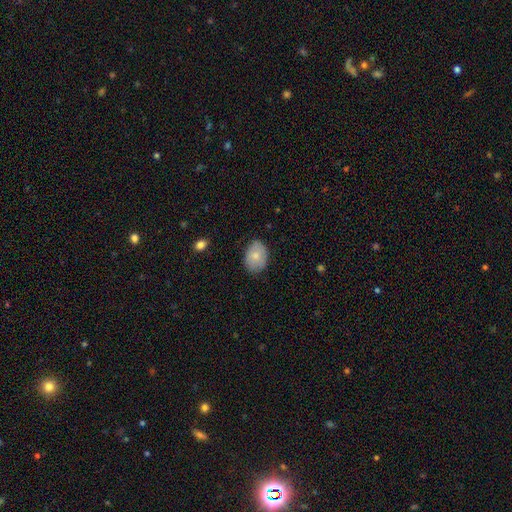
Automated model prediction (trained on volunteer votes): Smooth or featured? Predicted: smooth (p=0.76). How rounded? Predicted: in between (p=0.75). Merging? Predicted: none (p=0.79).